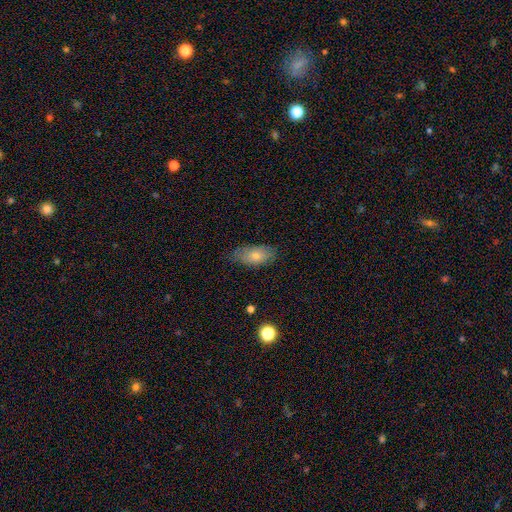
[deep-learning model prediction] Overall: smooth (67%). How rounded: in between (86%). Merging: none (75%).